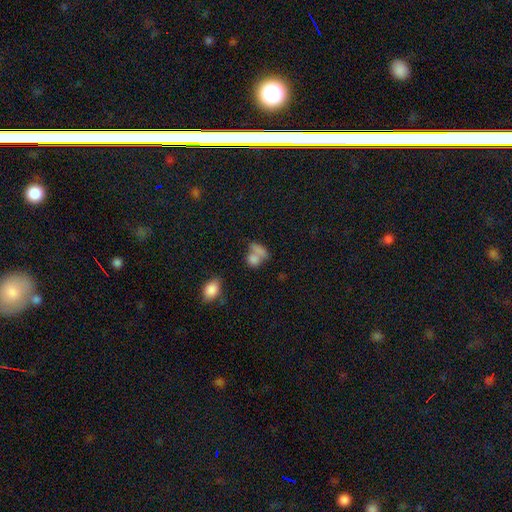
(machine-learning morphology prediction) Smooth or featured?
  - smooth: 77% *
  - featured or disk: 12%
  - star or artifact: 11%
How rounded?
  - in between: 61% *
  - round: 35%
  - cigar-shaped: 4%
Merging?
  - merger: 53% *
  - none: 29%
  - minor disturbance: 10%
  - major disturbance: 8%